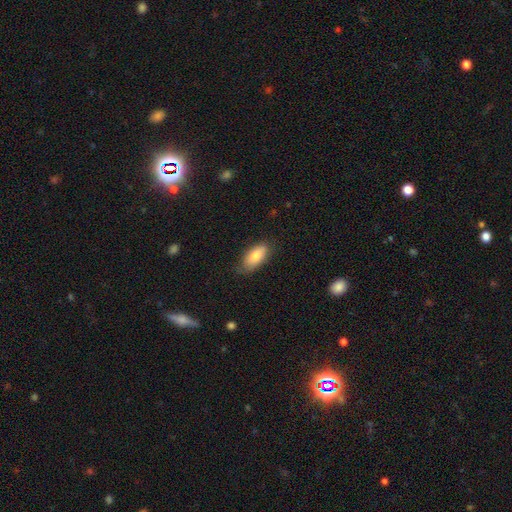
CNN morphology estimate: Smooth or featured?
  - smooth: 78% *
  - featured or disk: 16%
  - star or artifact: 7%
How rounded?
  - in between: 89% *
  - cigar-shaped: 8%
  - round: 3%
Merging?
  - none: 71% *
  - minor disturbance: 24%
  - major disturbance: 4%
  - merger: 1%